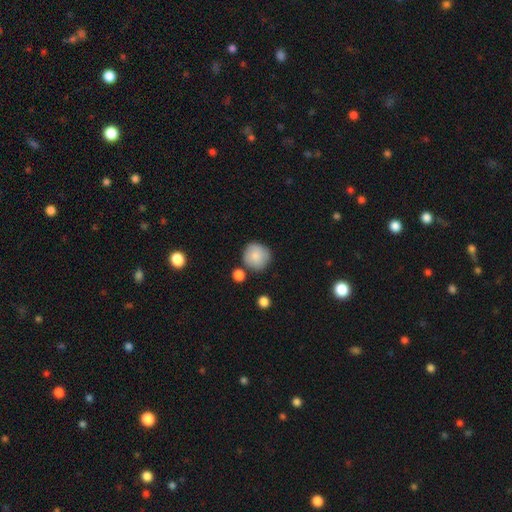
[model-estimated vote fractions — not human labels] This appears to be a smooth galaxy with no disk features (85%) that is round (93%). Merging: none (77%).